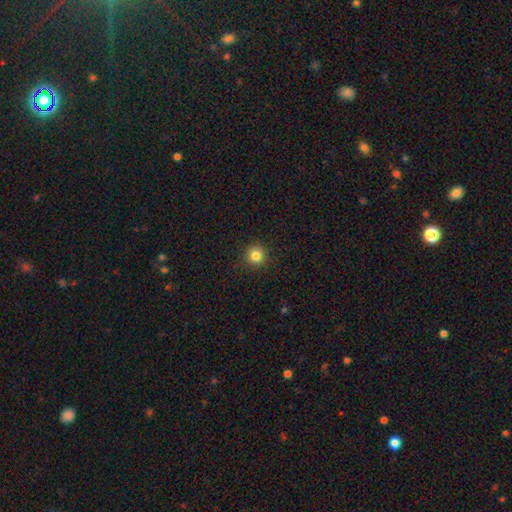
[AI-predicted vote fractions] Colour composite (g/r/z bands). It shows a smooth galaxy with no disk features (83%) that is round (94%). Merging: none (92%).